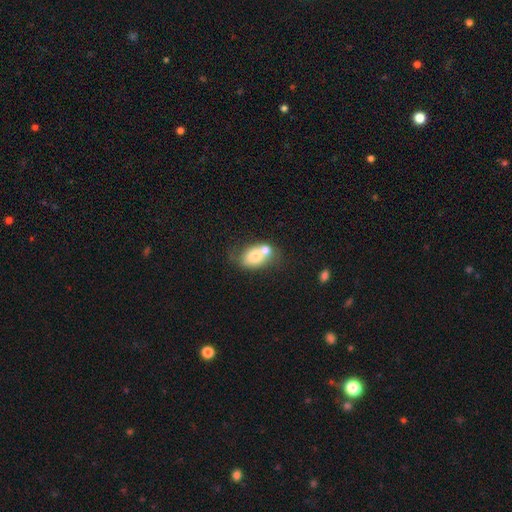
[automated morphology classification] smooth 68%, featured or disk 24%, star or artifact 8%. Down the decision tree: how rounded — in between (75%); merging — merger (50%).